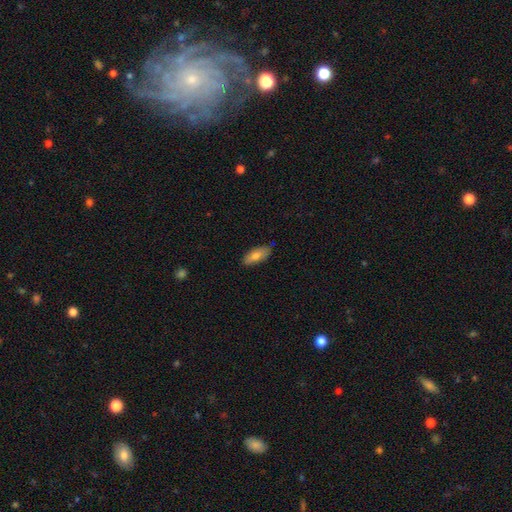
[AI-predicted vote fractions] Q: Smooth or featured?
A: smooth (77%); runner-up: featured or disk (17%)
Q: How rounded?
A: in between (80%); runner-up: cigar-shaped (18%)
Q: Merging?
A: none (83%); runner-up: minor disturbance (14%)